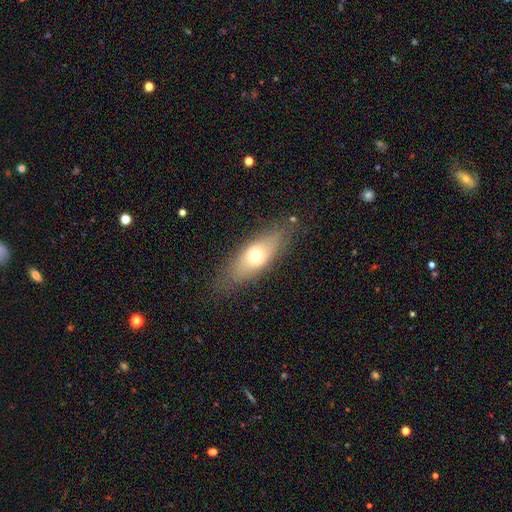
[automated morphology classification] Smooth or featured?
  - smooth: 59% *
  - featured or disk: 32%
  - star or artifact: 9%
How rounded?
  - in between: 65% *
  - cigar-shaped: 29%
  - round: 5%
Merging?
  - none: 78% *
  - minor disturbance: 15%
  - major disturbance: 6%
  - merger: 1%